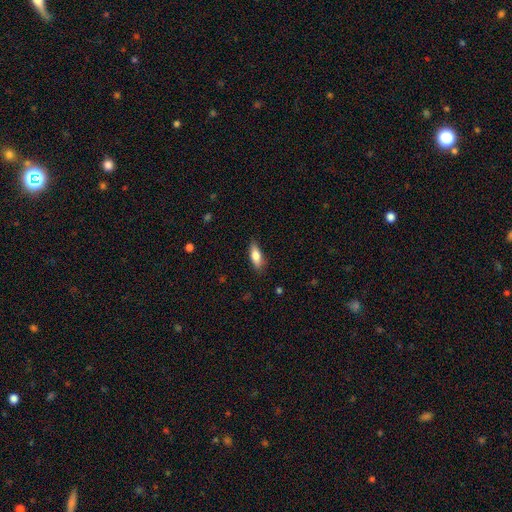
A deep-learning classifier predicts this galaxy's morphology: Smooth or featured? smooth (77%)
How rounded? in between (67%)
Merging? none (82%)